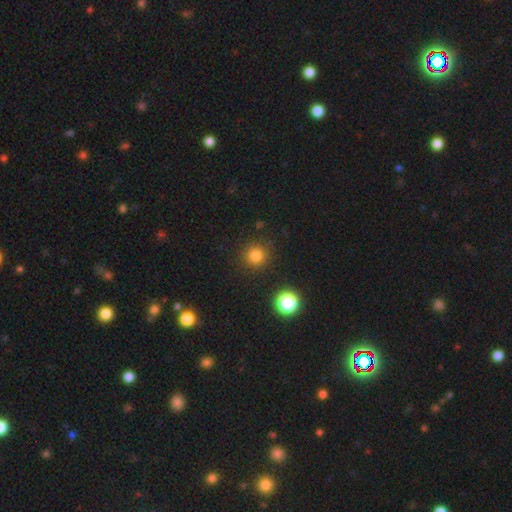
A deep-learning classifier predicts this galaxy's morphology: A smooth galaxy with no disk features (80%) that is round (94%).

Vote fractions:
- Smooth or featured? smooth: 80% / star or artifact: 15% / featured or disk: 4%
- How rounded? round: 94% / in between: 5% / cigar-shaped: 1%
- Merging? none: 89% / minor disturbance: 6% / major disturbance: 3% / merger: 2%